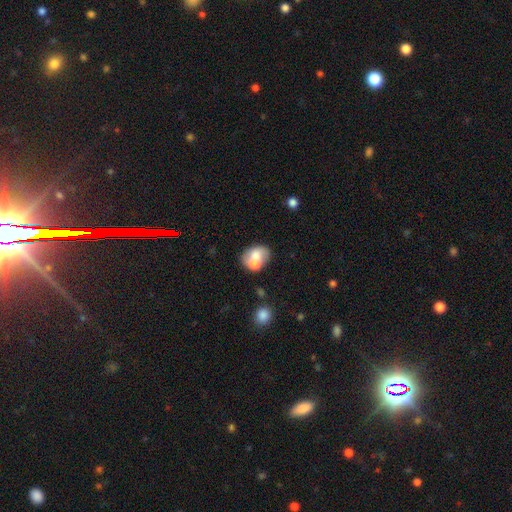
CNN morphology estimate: This is likely a smooth galaxy (63%). How rounded: likely in between (61%). Merging: possibly merger (49%).